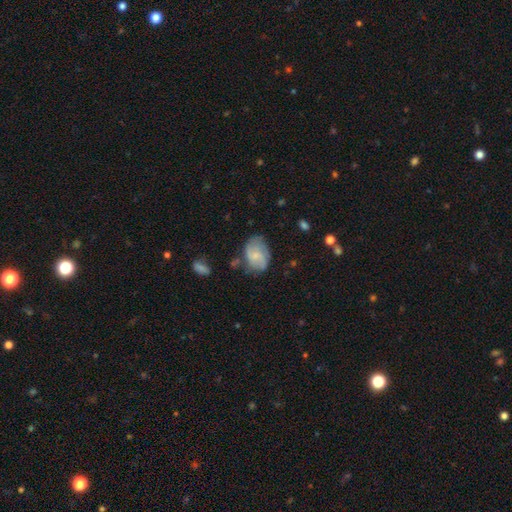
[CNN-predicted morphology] Smooth or featured: smooth — 57% (featured or disk — 36%)
How rounded: in between — 77% (round — 22%)
Merging: none — 55% (minor disturbance — 30%)